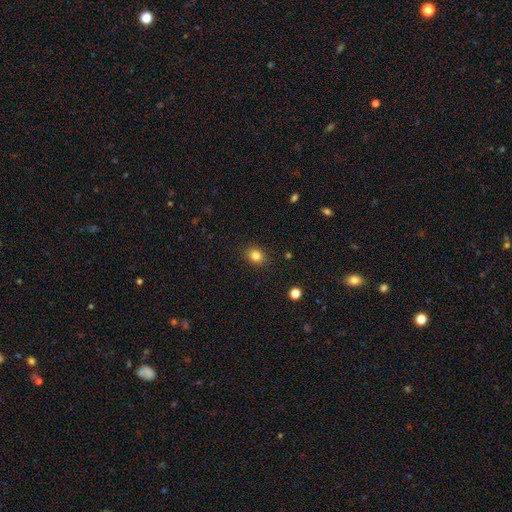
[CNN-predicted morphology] The model was most divided on "how rounded": round: 60%, in between: 39%, cigar-shaped: 1%. More confident: merging — none (88%); smooth or featured — smooth (82%).